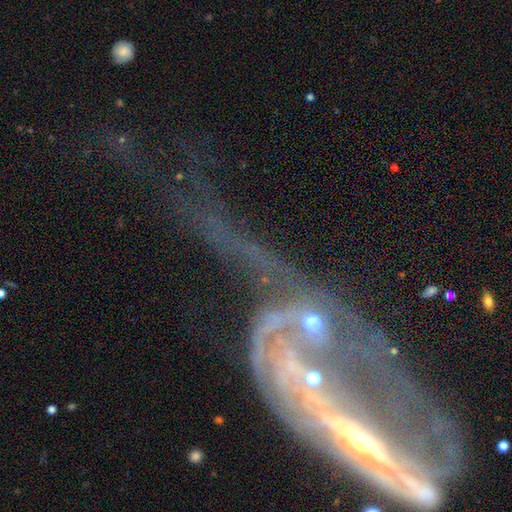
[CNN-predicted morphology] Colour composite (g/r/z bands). It shows a featured or disk galaxy (72%) with no bar (61%), spiral arms (67%) and a small central bulge (48%). Merging: merger (44%).